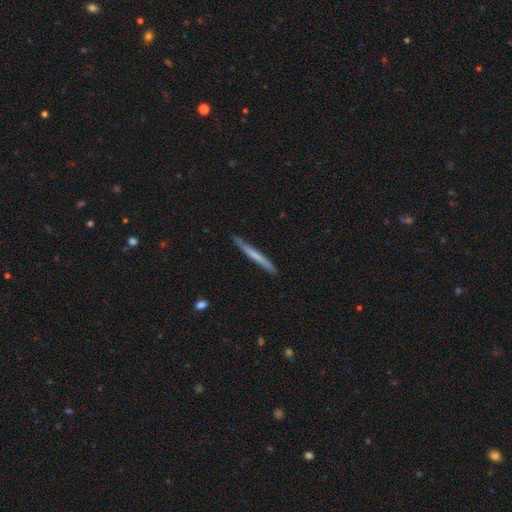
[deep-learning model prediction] Smooth or featured?
  - smooth: 55% *
  - featured or disk: 40%
  - star or artifact: 5%
How rounded?
  - cigar-shaped: 97% *
  - in between: 2%
  - round: 1%
Merging?
  - none: 87% *
  - minor disturbance: 10%
  - major disturbance: 2%
  - merger: 1%